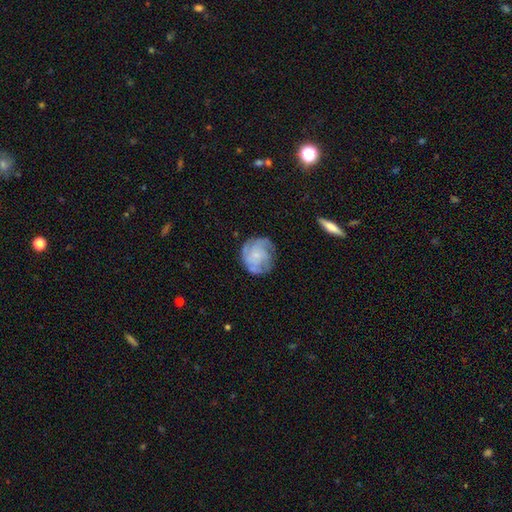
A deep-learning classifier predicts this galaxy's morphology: Overall: featured or disk (68%). Edge-on disk: no (98%). Bar: no (79%). Spiral arms: yes (90%). Spiral arm count: can't tell (30%; 4 25%). Spiral winding: tight (51%; medium 36%). Bulge size: small (56%; none 20%). Merging: none (72%).